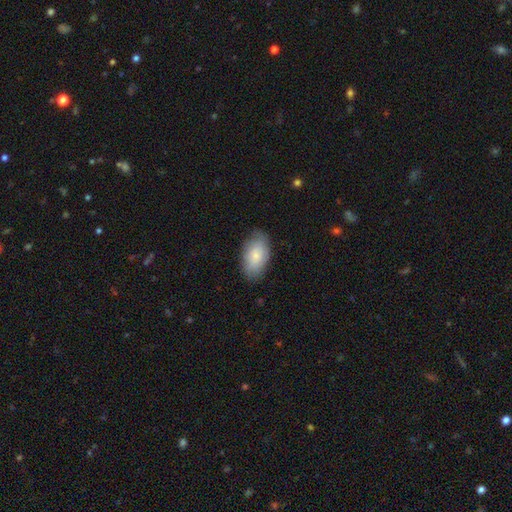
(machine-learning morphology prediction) Smooth or featured? smooth (80%)
How rounded? in between (94%)
Merging? none (79%)